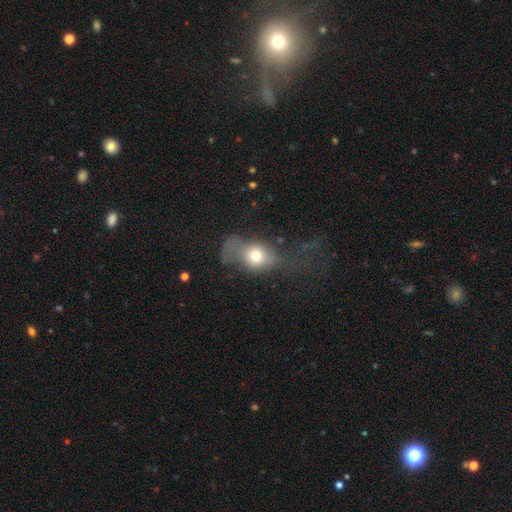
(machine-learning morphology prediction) type=smooth (66%); roundness=round (54%); merging=major disturbance (52%).